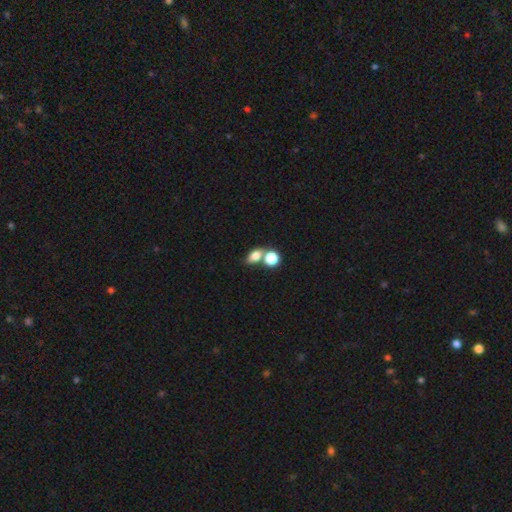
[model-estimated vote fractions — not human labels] Smooth or featured? smooth (77%)
How rounded? in between (66%)
Merging? none (46%)